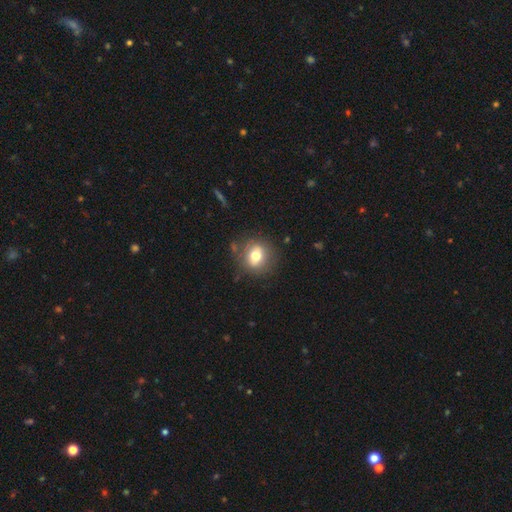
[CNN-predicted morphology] A smooth galaxy with no disk features (70%) that is round (73%).

Vote fractions:
- Smooth or featured? smooth: 70% / featured or disk: 20% / star or artifact: 10%
- How rounded? round: 73% / in between: 25% / cigar-shaped: 1%
- Merging? none: 81% / minor disturbance: 12% / major disturbance: 5% / merger: 2%